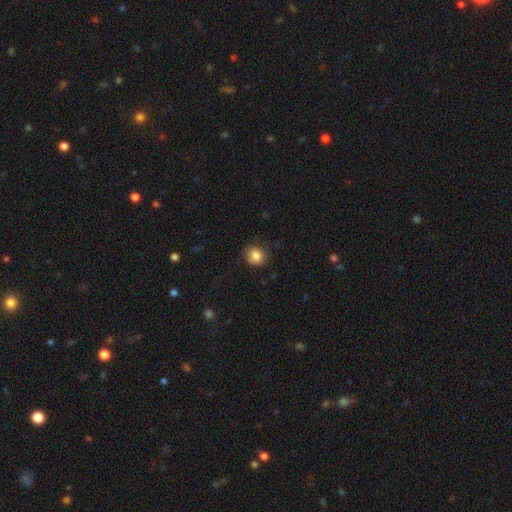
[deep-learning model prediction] Q: Smooth or featured?
A: smooth (85%); runner-up: star or artifact (10%)
Q: How rounded?
A: round (74%); runner-up: in between (25%)
Q: Merging?
A: none (80%); runner-up: minor disturbance (15%)